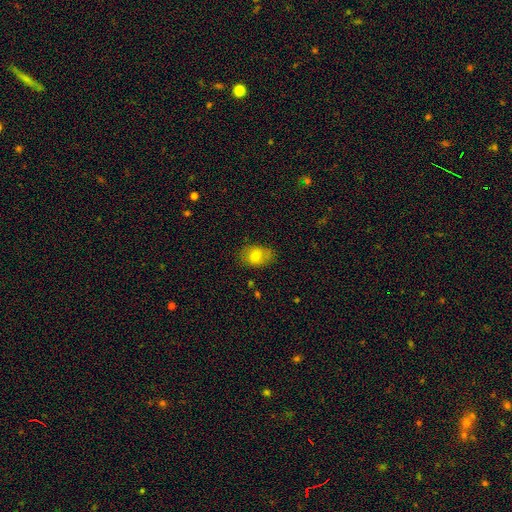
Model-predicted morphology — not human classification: This is likely a smooth galaxy (73%). How rounded: likely in between (72%). Merging: likely none (79%).